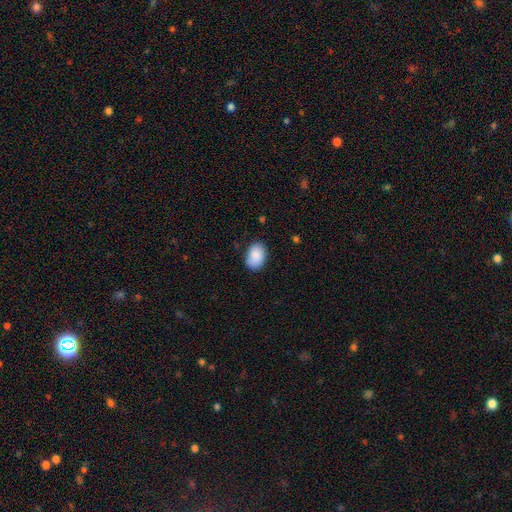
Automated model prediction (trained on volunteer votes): smooth 88%, star or artifact 7%, featured or disk 6%. Down the decision tree: how rounded — in between (83%); merging — none (80%).